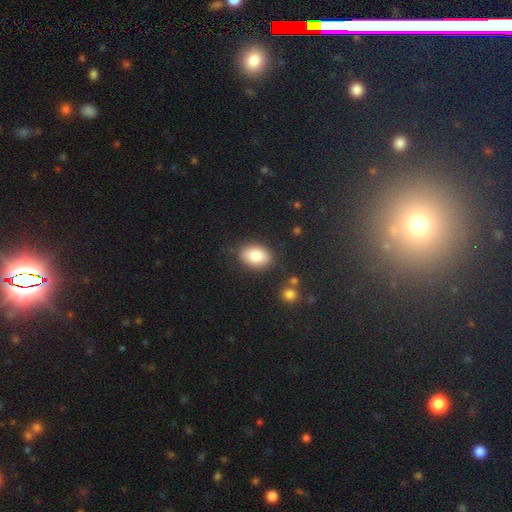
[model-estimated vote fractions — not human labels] smooth 83%, featured or disk 9%, star or artifact 8%. Down the decision tree: how rounded — in between (83%); merging — none (83%).